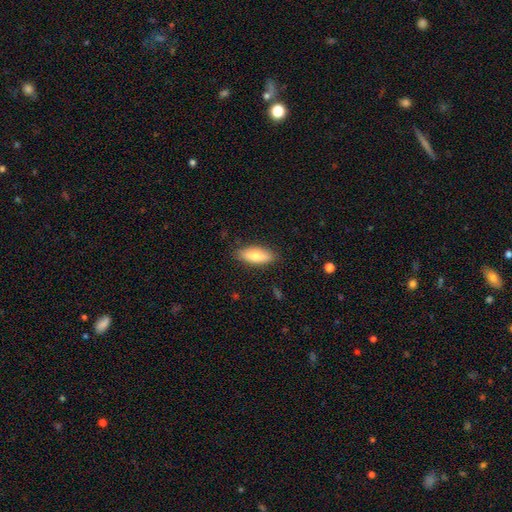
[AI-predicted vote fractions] Overall: smooth (80%). How rounded: in between (73%). Merging: none (85%).